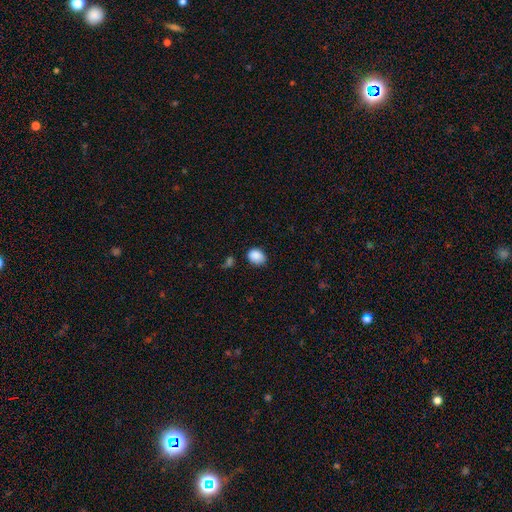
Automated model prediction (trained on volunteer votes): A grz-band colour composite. It shows a smooth galaxy with no disk features (88%) that is in between round and cigar-shaped (60%). Merging: none (66%).